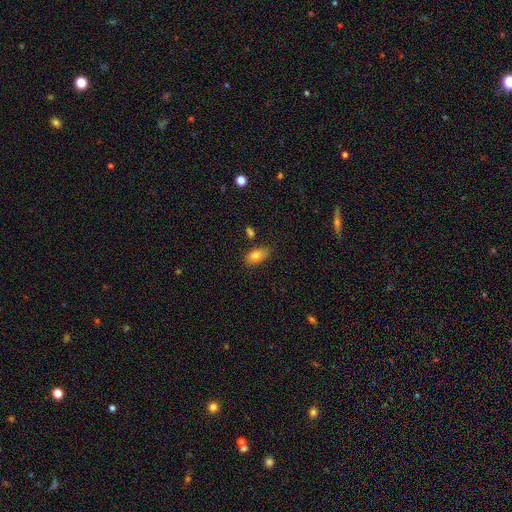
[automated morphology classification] Smooth or featured? Predicted: smooth (p=0.79). How rounded? Predicted: in between (p=0.88). Merging? Predicted: none (p=0.76).